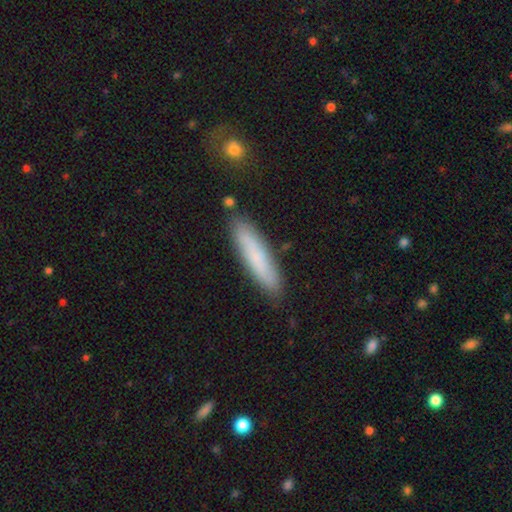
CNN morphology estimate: smooth 71%, featured or disk 22%, star or artifact 7%. Down the decision tree: how rounded — cigar-shaped (83%); merging — none (85%).